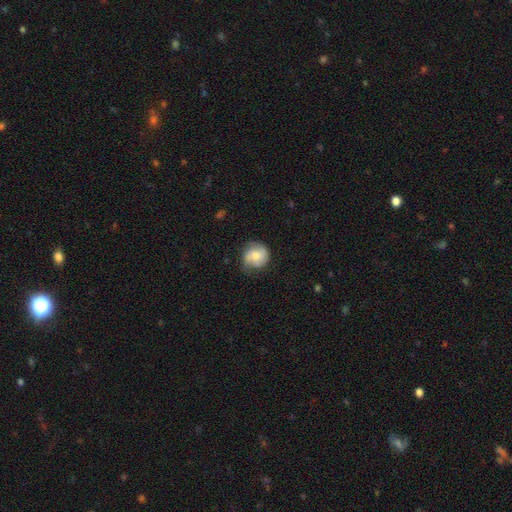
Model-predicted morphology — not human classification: A smooth galaxy with no disk features (59%) that is round (82%).

Vote fractions:
- Smooth or featured? smooth: 59% / featured or disk: 34% / star or artifact: 8%
- How rounded? round: 82% / in between: 17% / cigar-shaped: 1%
- Merging? none: 56% / minor disturbance: 31% / major disturbance: 11% / merger: 2%